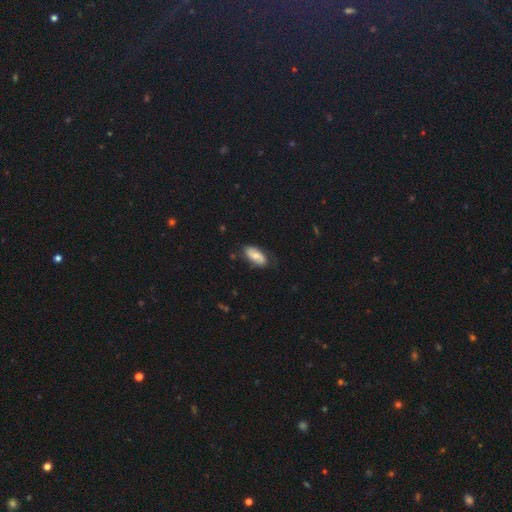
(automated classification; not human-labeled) smooth 47%, featured or disk 46%, star or artifact 7%. Down the decision tree: merging — none (74%).